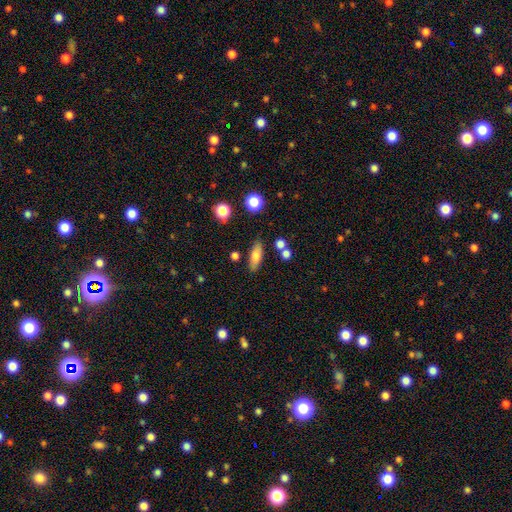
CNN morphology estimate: A smooth galaxy with no disk features (74%) that is in between round and cigar-shaped (62%). Merging: none (79%).